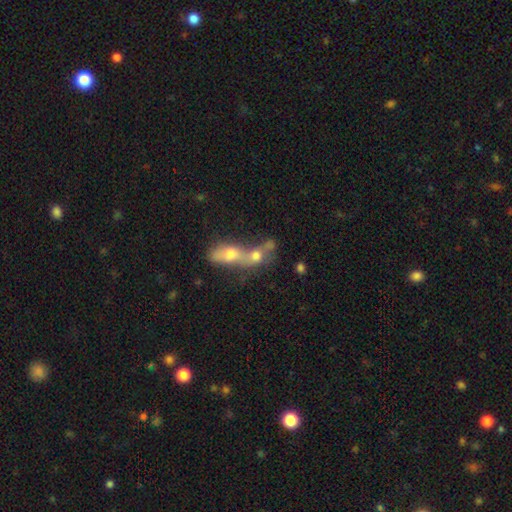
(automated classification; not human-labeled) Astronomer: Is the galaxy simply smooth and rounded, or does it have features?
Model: smooth — 61%.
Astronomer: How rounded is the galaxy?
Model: in between — 56% (runner-up: round, 32%).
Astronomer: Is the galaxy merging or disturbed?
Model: merger — 79%.